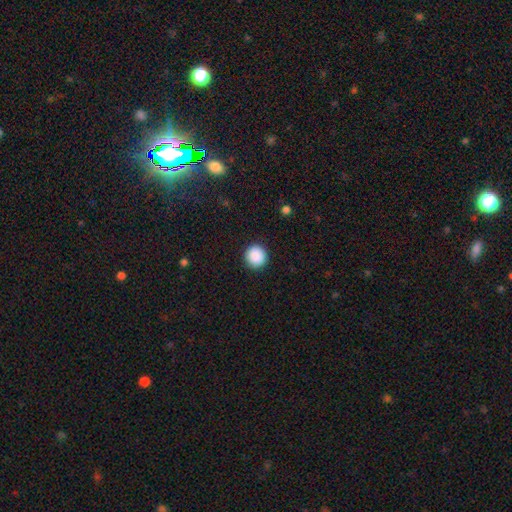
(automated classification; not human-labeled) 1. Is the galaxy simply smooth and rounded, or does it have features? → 89% smooth, 8% star or artifact, 2% featured or disk.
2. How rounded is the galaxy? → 94% round, 5% in between, 1% cigar-shaped.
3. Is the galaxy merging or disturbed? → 92% none, 5% minor disturbance, 2% major disturbance, 1% merger.